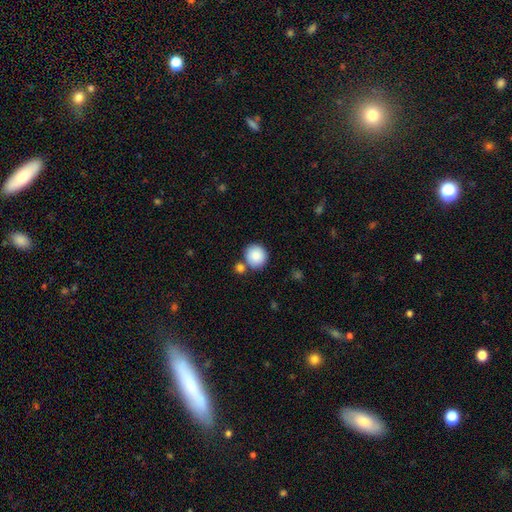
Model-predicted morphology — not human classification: The model was most divided on "merging": none: 72%, merger: 16%, minor disturbance: 9%, major disturbance: 3%. More confident: how rounded — round (91%); smooth or featured — smooth (87%).